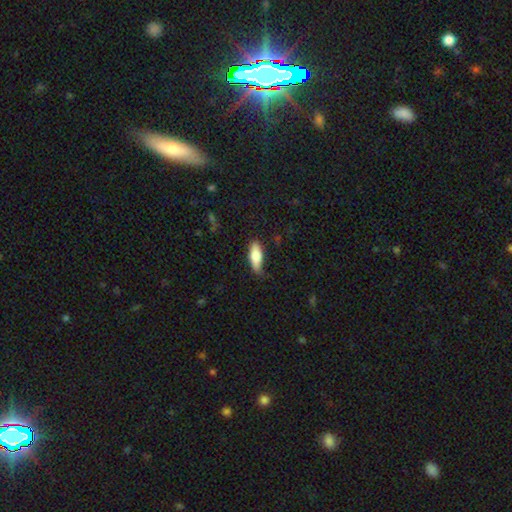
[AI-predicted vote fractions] A smooth galaxy with no disk features (80%) that is in between round and cigar-shaped (73%). Merging: none (75%).